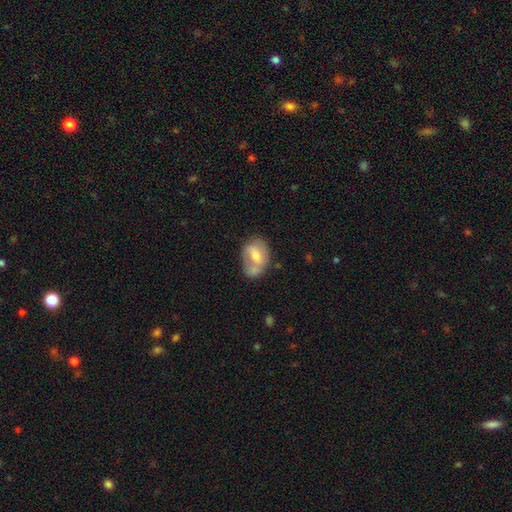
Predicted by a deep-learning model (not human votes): Overall: smooth (55%; featured or disk 38%). How rounded: in between (75%). Merging: none (35%; merger 31%).